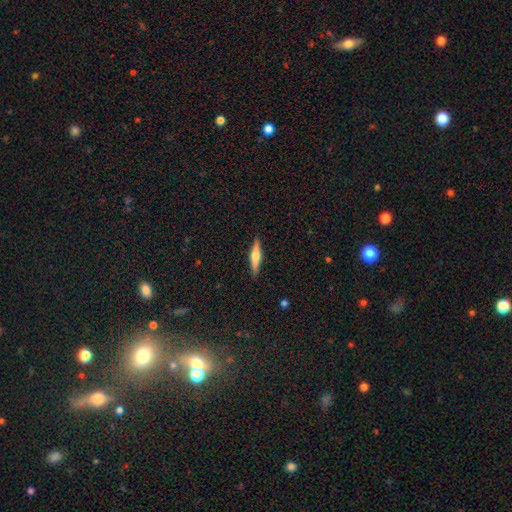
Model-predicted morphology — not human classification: Smooth or featured? Predicted: featured or disk (p=0.57). Edge-on disk? Predicted: yes (p=0.97). Edge-on bulge? Predicted: rounded (p=0.87). Merging? Predicted: none (p=0.90).